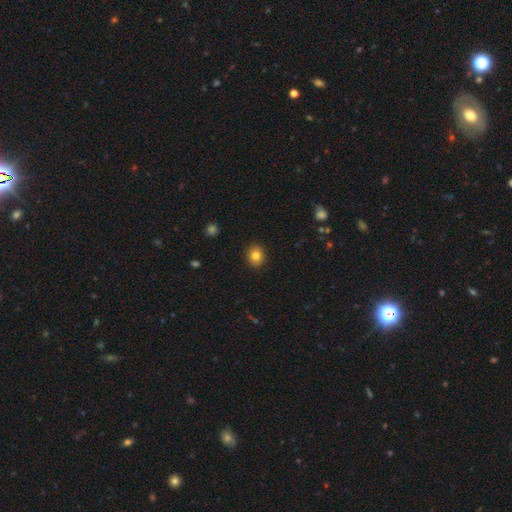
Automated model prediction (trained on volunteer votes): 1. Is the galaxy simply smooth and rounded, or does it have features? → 82% smooth, 10% star or artifact, 8% featured or disk.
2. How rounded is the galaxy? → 69% round, 30% in between, 1% cigar-shaped.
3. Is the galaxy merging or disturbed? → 91% none, 6% minor disturbance, 2% major disturbance, 1% merger.